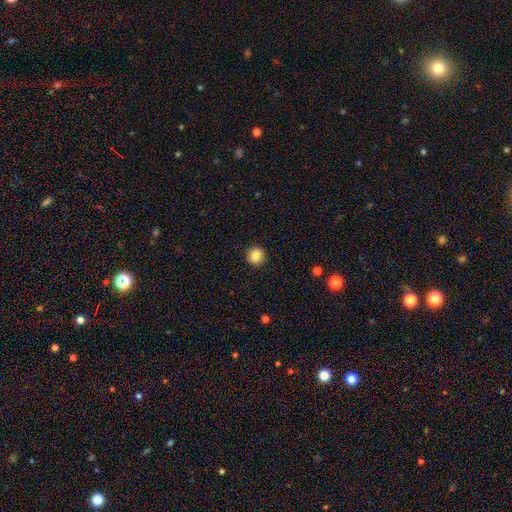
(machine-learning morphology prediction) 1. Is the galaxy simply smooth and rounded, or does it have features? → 87% smooth, 10% star or artifact, 3% featured or disk.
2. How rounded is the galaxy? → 86% round, 13% in between, 1% cigar-shaped.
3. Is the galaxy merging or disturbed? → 91% none, 6% minor disturbance, 2% major disturbance, 1% merger.